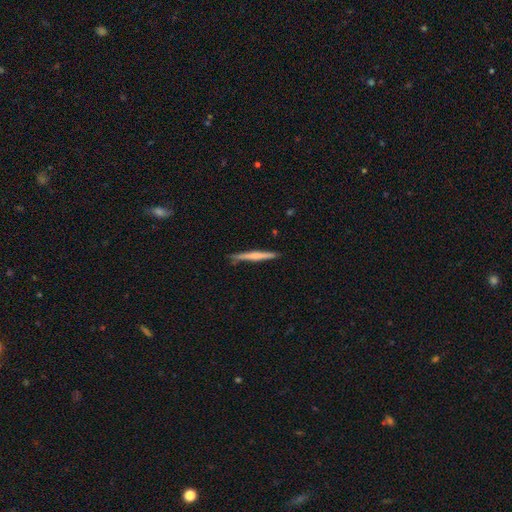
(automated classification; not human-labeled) A smooth galaxy with no disk features (48%). Merging: none (88%).